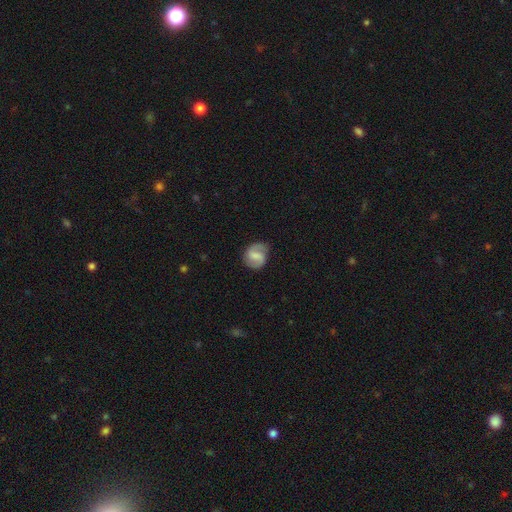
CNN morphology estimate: A featured or disk galaxy (68%) with a weak bar (52%), 2 (84%) medium (47%) spiral arms (92%) and no central bulge (38%). Merging: none (75%).